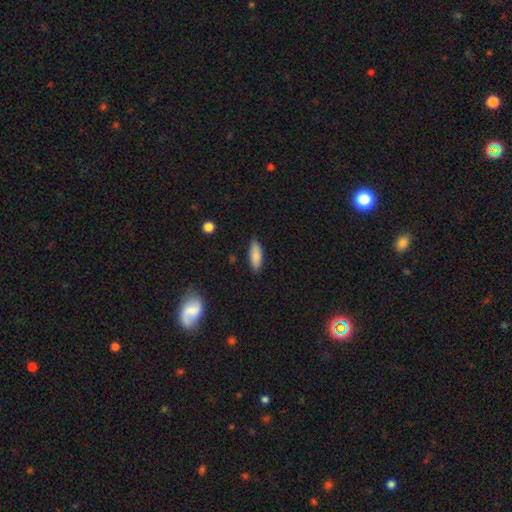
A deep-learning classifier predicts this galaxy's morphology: Smooth or featured? smooth (86%)
How rounded? in between (63%)
Merging? none (87%)